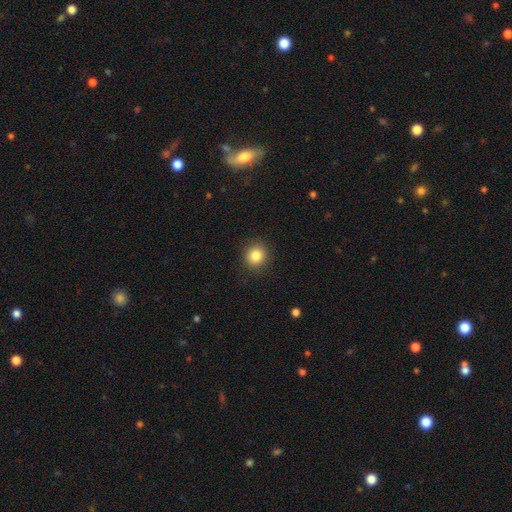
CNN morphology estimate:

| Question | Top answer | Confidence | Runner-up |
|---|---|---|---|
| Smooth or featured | smooth | 85% | star or artifact (10%) |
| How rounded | round | 87% | in between (13%) |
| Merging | none | 90% | minor disturbance (7%) |